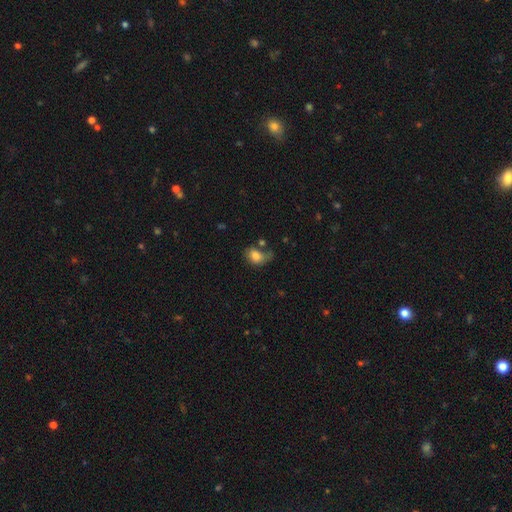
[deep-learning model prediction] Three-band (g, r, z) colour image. It shows a smooth galaxy with no disk features (76%) that is in between round and cigar-shaped (74%). Merging: none (33%).